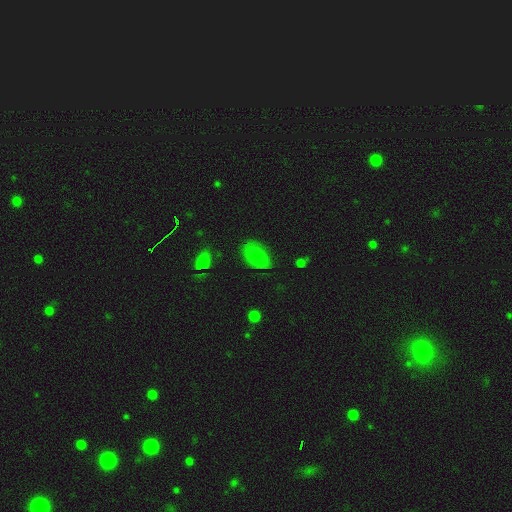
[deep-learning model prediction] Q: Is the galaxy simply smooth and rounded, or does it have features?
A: smooth — 76%.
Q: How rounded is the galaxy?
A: in between — 83%.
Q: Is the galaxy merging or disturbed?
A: none — 71%.